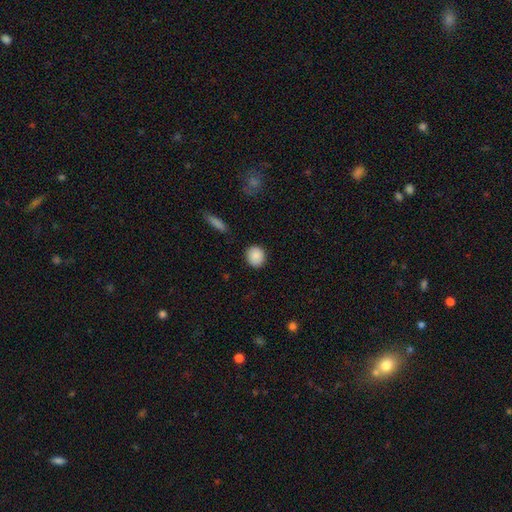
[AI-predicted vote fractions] Overall: smooth (88%). How rounded: round (83%). Merging: none (89%).